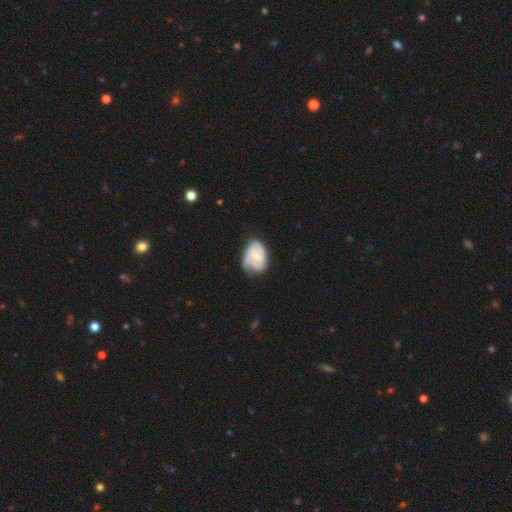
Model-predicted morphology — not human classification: This appears to be a featured or disk galaxy (68%) with no bar (57%), 3 (37%) tight (42%, tied with medium) spiral arms (91%) and a small central bulge (55%). Merging: none (52%).